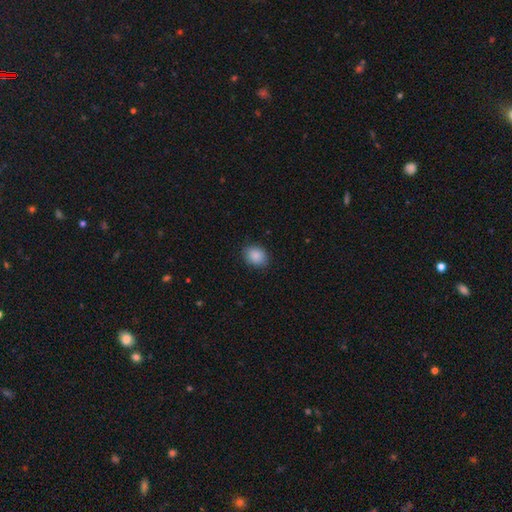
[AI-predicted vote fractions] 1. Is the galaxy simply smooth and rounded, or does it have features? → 88% smooth, 8% star or artifact, 4% featured or disk.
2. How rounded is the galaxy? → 57% in between, 42% round, 1% cigar-shaped.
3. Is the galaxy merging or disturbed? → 85% none, 12% minor disturbance, 3% major disturbance, 1% merger.